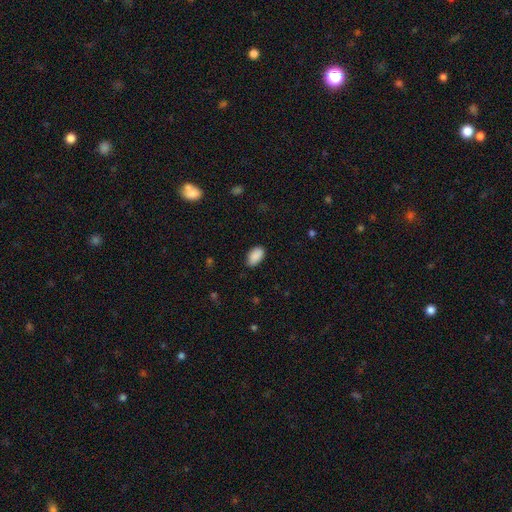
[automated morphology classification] smooth_or_featured: smooth (p=0.90) [alt: star or artifact p=0.07]
how_rounded: in between (p=0.94) [alt: round p=0.04]
merging: none (p=0.83) [alt: minor disturbance p=0.14]